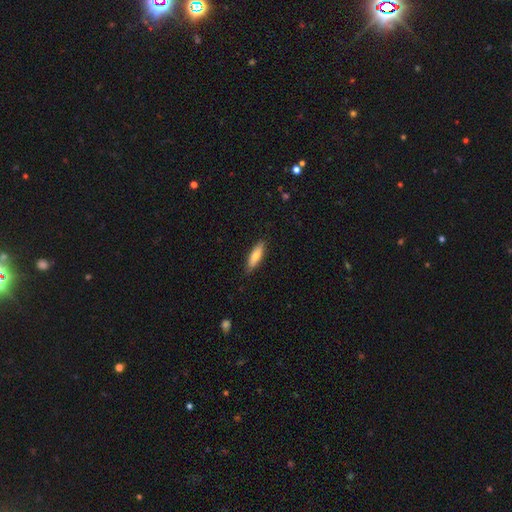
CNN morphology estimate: smooth-or-featured: smooth: 74% | featured or disk: 20% | star or artifact: 6%
  how-rounded: cigar-shaped: 56% | in between: 42% | round: 2%
  merging: none: 85% | minor disturbance: 12% | major disturbance: 2% | merger: 1%